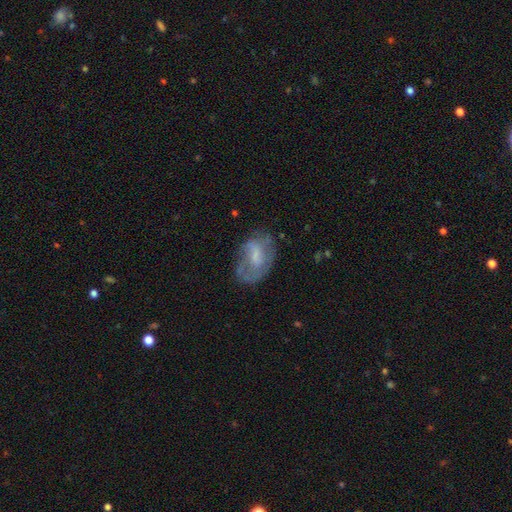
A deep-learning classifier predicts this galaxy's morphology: Q: Smooth or featured?
A: featured or disk (54%); runner-up: smooth (38%)
Q: Edge-on disk?
A: no (96%); runner-up: yes (4%)
Q: Bar?
A: weak (47%); runner-up: no (41%)
Q: Spiral arms?
A: yes (61%); runner-up: no (39%)
Q: Bulge size?
A: small (38%); runner-up: moderate (31%)
Q: Merging?
A: none (52%); runner-up: minor disturbance (27%)